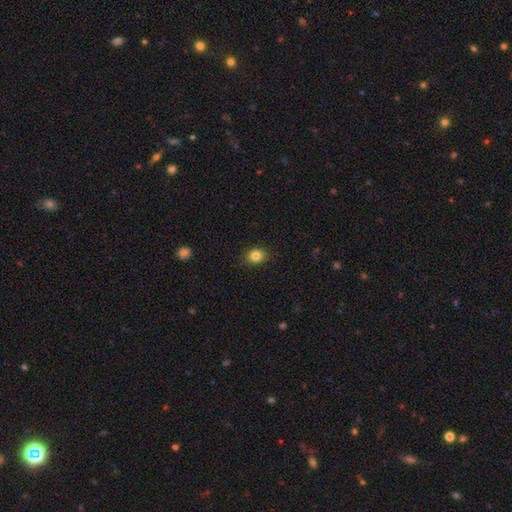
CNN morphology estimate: Q: Smooth or featured?
A: smooth (83%); runner-up: star or artifact (11%)
Q: How rounded?
A: round (53%); runner-up: in between (46%)
Q: Merging?
A: none (88%); runner-up: minor disturbance (9%)